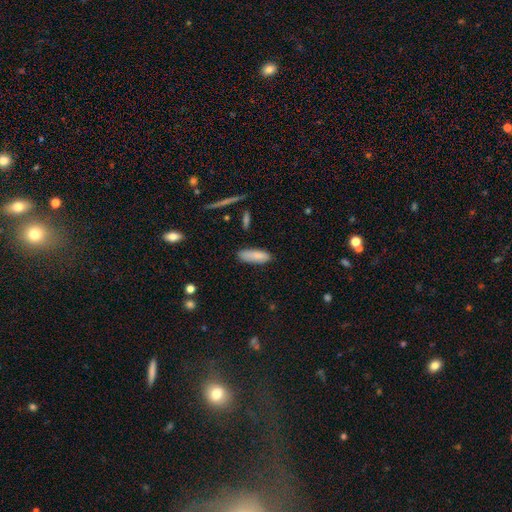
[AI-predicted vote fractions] This is clearly a smooth galaxy (86%). How rounded: likely in between (65%). Merging: clearly none (81%).